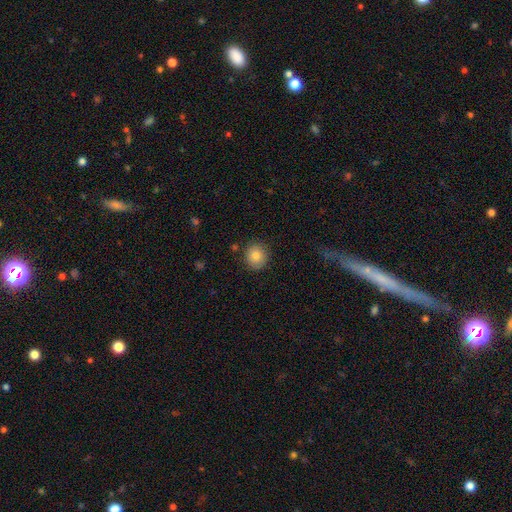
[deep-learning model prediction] Smooth or featured?
  - smooth: 82% *
  - star or artifact: 10%
  - featured or disk: 8%
How rounded?
  - round: 87% *
  - in between: 12%
  - cigar-shaped: 1%
Merging?
  - none: 86% *
  - minor disturbance: 10%
  - major disturbance: 2%
  - merger: 2%